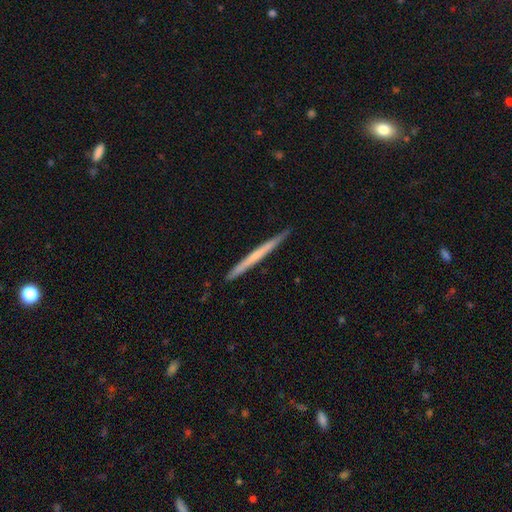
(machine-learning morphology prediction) A featured or disk galaxy (52%) viewed edge-on (97%) with no central bulge (82%). Merging: none (91%).